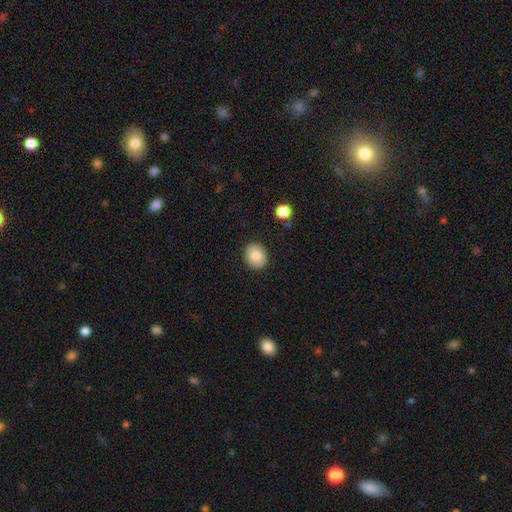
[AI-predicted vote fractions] Smooth or featured: smooth — 78% (featured or disk — 14%)
How rounded: round — 74% (in between — 25%)
Merging: none — 89% (minor disturbance — 7%)